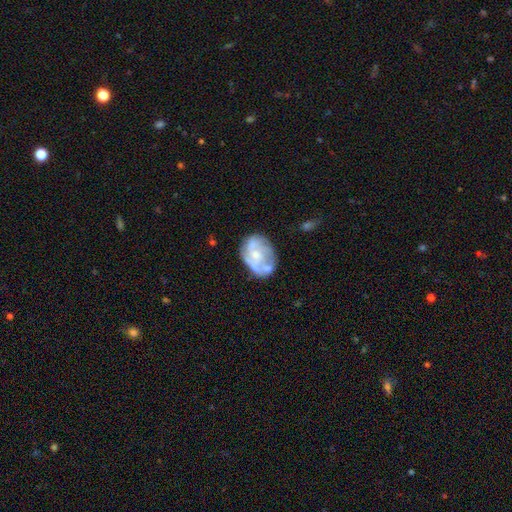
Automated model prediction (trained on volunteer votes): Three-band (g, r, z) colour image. It shows a featured or disk galaxy (67%) with no bar (79%), no spiral arms (54%) and a moderate central bulge (40%). Merging: none (52%).